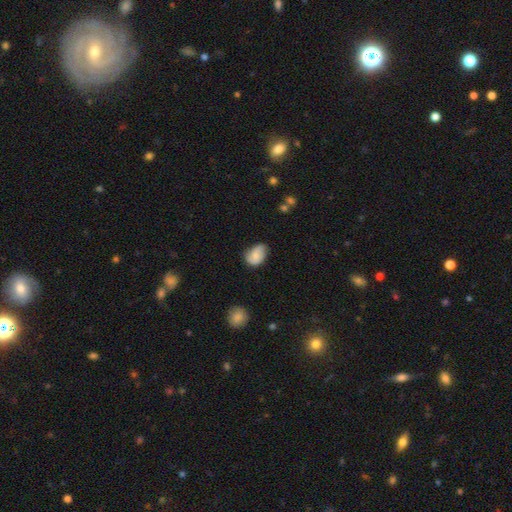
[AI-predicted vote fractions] Q: Smooth or featured?
A: smooth (61%); runner-up: featured or disk (31%)
Q: How rounded?
A: in between (73%); runner-up: round (25%)
Q: Merging?
A: none (58%); runner-up: minor disturbance (33%)